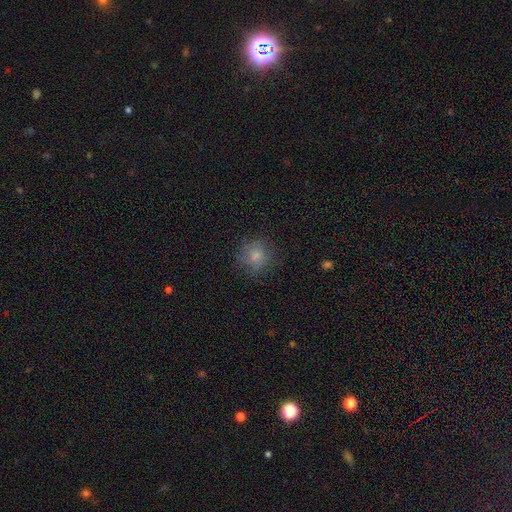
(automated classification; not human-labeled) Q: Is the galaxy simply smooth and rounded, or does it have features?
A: smooth — 76%.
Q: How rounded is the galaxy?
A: round — 86%.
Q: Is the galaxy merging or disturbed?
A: none — 75%.